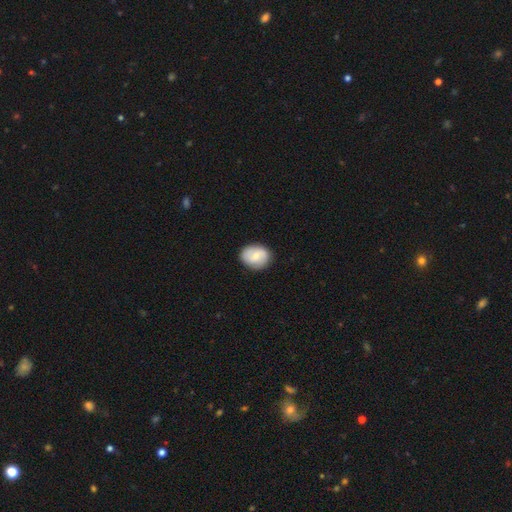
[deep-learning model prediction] The model was most divided on "how rounded": round: 50%, in between: 49%, cigar-shaped: 1%. More confident: merging — none (85%); smooth or featured — smooth (65%).